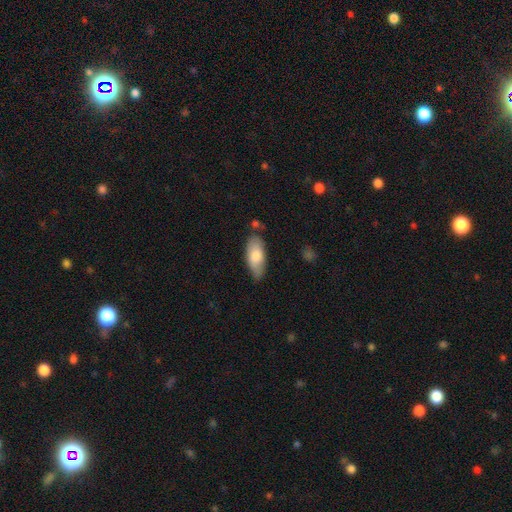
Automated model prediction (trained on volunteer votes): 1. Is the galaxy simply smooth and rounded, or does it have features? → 77% smooth, 18% featured or disk, 6% star or artifact.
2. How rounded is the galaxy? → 83% in between, 15% cigar-shaped, 2% round.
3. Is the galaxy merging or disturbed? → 70% none, 21% minor disturbance, 5% merger, 4% major disturbance.